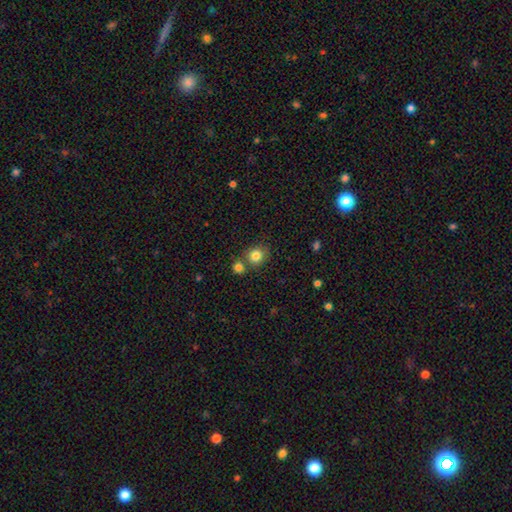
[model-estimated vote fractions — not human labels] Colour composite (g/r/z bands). It shows a smooth galaxy with no disk features (82%) that is round (83%). Merging: none (66%).